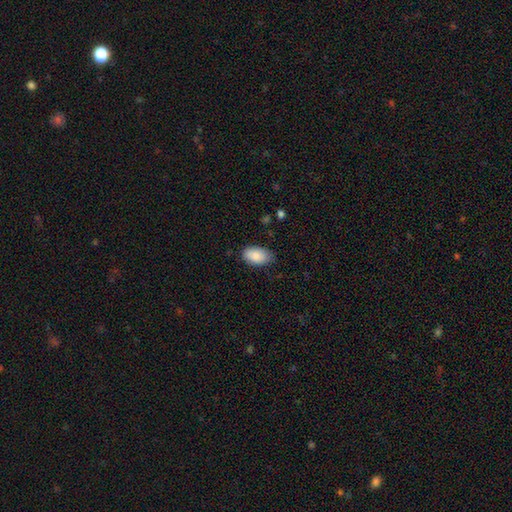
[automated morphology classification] Smooth or featured? Predicted: smooth (p=0.87). How rounded? Predicted: in between (p=0.94). Merging? Predicted: none (p=0.78).